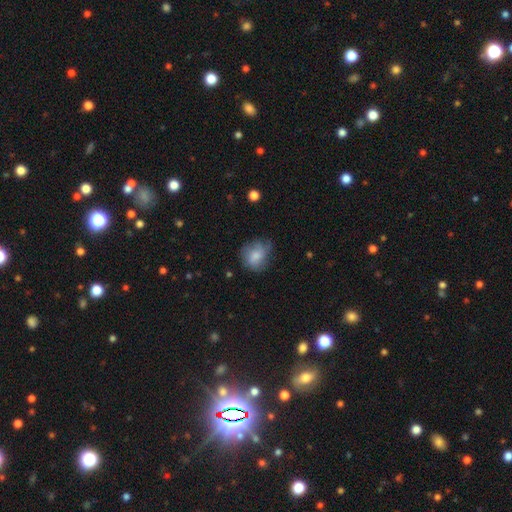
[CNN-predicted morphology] Overall: smooth (72%). How rounded: round (65%; in between 34%). Merging: none (55%; minor disturbance 30%).